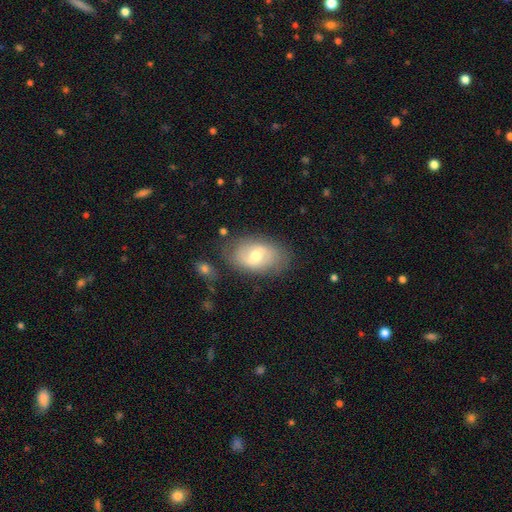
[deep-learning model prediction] Q: Smooth or featured?
A: featured or disk (50%); runner-up: smooth (43%)
Q: Merging?
A: none (76%); runner-up: minor disturbance (16%)